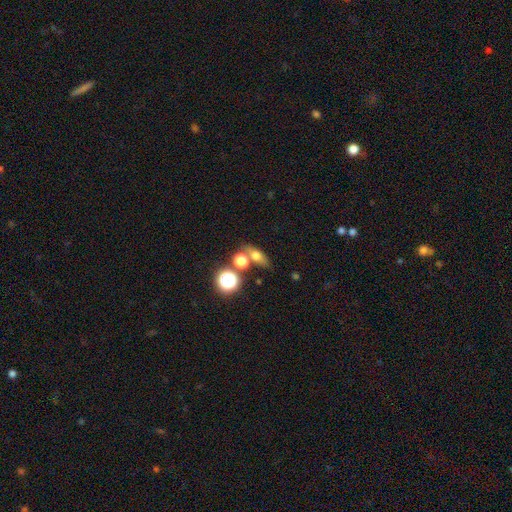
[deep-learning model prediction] smooth 61%, featured or disk 20%, star or artifact 19%. Down the decision tree: how rounded — in between (53%); merging — none (61%).